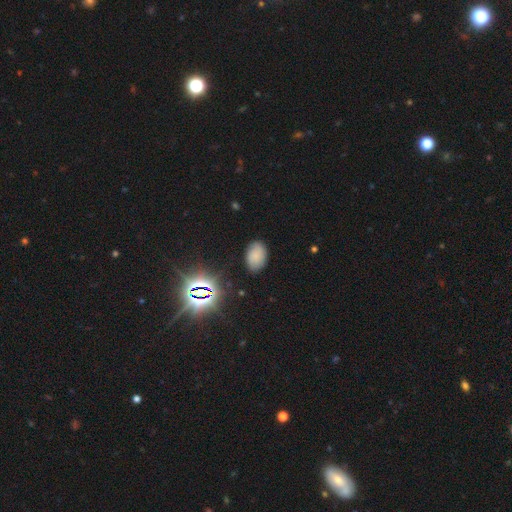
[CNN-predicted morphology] This appears to be a smooth galaxy with no disk features (76%) that is in between round and cigar-shaped (88%). Merging: none (82%).